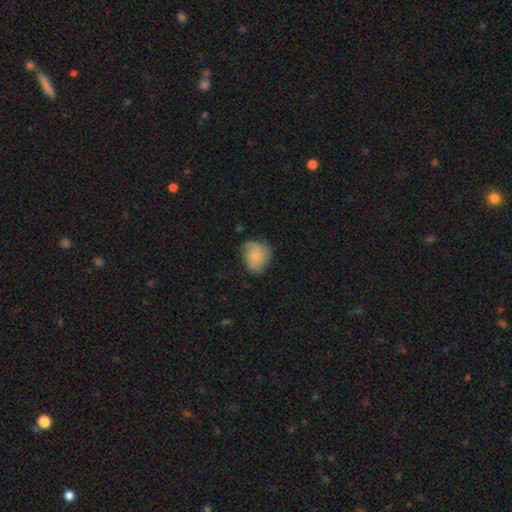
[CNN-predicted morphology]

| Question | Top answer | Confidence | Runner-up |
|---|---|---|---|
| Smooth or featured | smooth | 55% | featured or disk (37%) |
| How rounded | round | 60% | in between (39%) |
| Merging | none | 60% | minor disturbance (28%) |